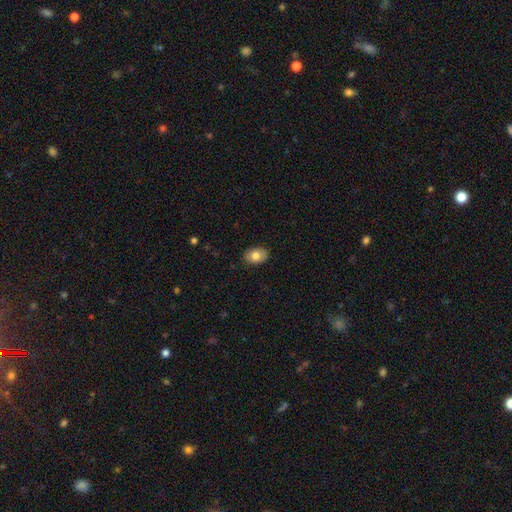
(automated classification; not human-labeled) Morphology: type=smooth (80%); roundness=in between (81%); merging=none (87%).